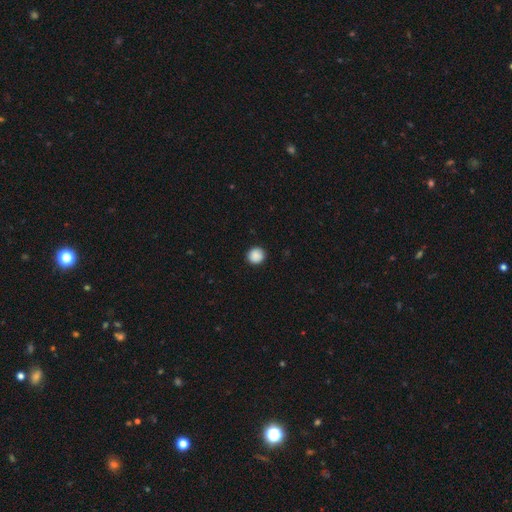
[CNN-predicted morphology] The model was most divided on "smooth or featured": smooth: 89%, star or artifact: 8%, featured or disk: 3%. More confident: how rounded — round (92%); merging — none (91%).